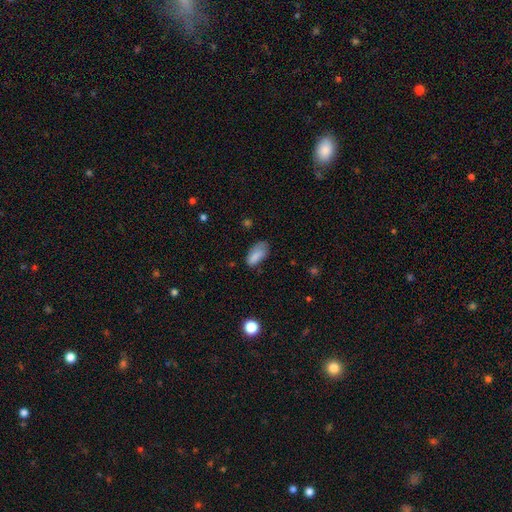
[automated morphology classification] A smooth galaxy with no disk features (84%) that is in between round and cigar-shaped (90%). Merging: none (53%).